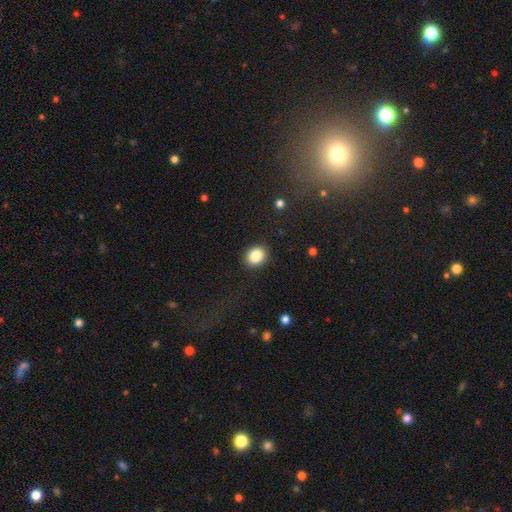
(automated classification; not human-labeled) Overall: smooth (85%). How rounded: round (69%; in between 30%). Merging: none (90%).